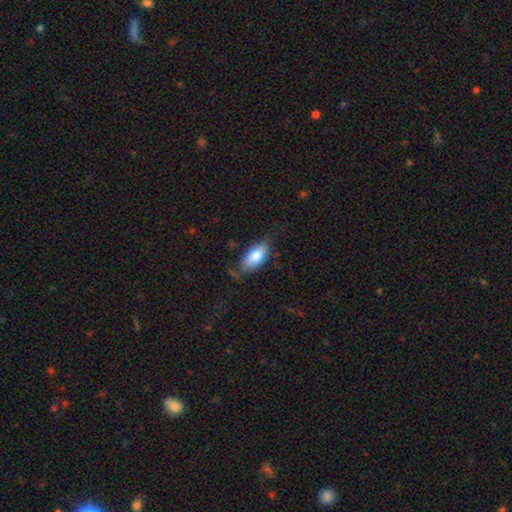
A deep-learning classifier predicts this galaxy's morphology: This appears to be a smooth galaxy with no disk features (81%) that is in between round and cigar-shaped (91%). Merging: none (68%).